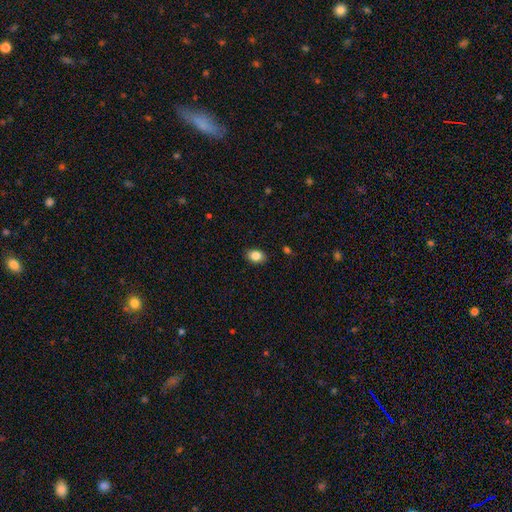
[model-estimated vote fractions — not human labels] Morphology: type=smooth (85%); roundness=in between (74%); merging=none (88%).